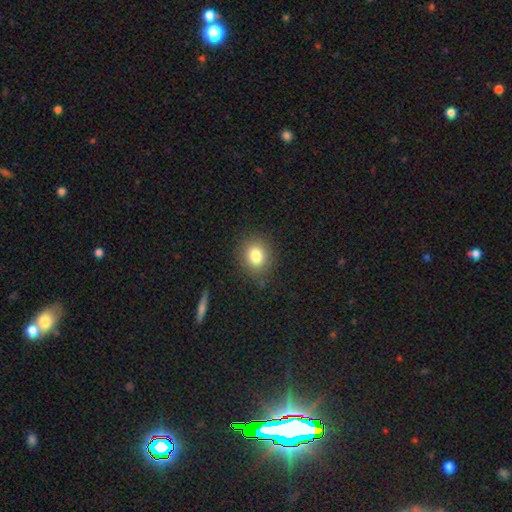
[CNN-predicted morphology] smooth 80%, star or artifact 11%, featured or disk 8%. Down the decision tree: how rounded — round (72%); merging — none (84%).